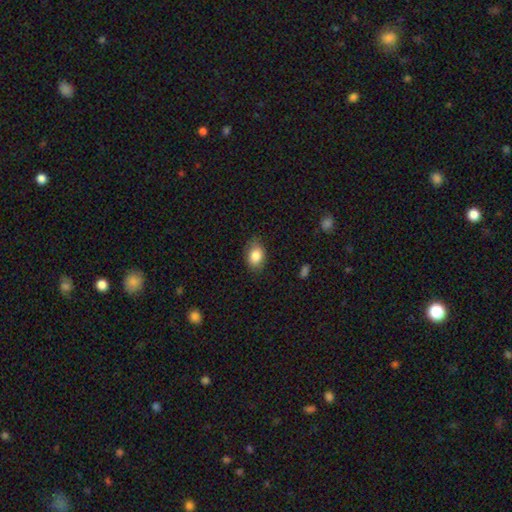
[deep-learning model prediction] Morphology: type=smooth (85%); roundness=in between (78%); merging=none (78%).